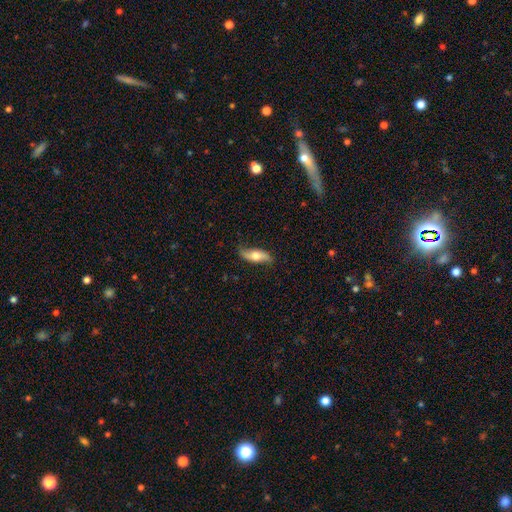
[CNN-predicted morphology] smooth-or-featured: featured or disk: 48% | smooth: 46% | star or artifact: 6%
  merging: none: 76% | minor disturbance: 18% | major disturbance: 4% | merger: 1%